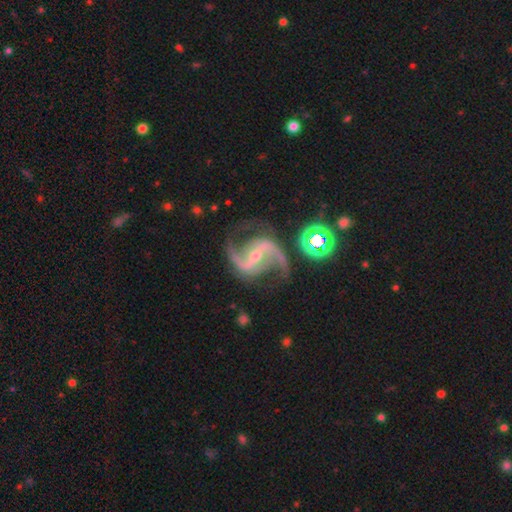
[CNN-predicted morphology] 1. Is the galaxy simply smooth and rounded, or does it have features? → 91% featured or disk, 6% star or artifact, 3% smooth.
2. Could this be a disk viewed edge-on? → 98% no, 2% yes.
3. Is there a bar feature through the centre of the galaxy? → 55% strong, 30% weak, 14% no.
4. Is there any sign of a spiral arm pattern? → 98% yes, 2% no.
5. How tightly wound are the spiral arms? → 48% loose, 44% medium, 8% tight.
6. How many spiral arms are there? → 93% 2, 2% 3, 1% can't tell, 1% 1, 1% 4, 1% more than 4.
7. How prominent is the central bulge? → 65% small, 30% moderate, 2% none, 1% large, 1% dominant.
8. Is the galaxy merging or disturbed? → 76% none, 14% minor disturbance, 8% major disturbance, 2% merger.